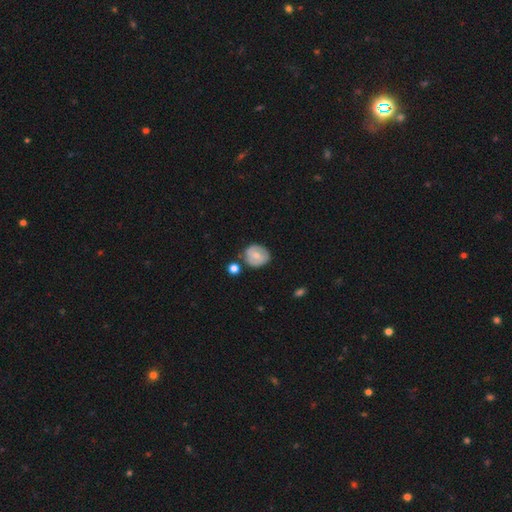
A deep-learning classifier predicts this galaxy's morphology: A smooth galaxy with no disk features (56%) that is round (79%).

Vote fractions:
- Smooth or featured? smooth: 56% / featured or disk: 37% / star or artifact: 7%
- How rounded? round: 79% / in between: 20% / cigar-shaped: 1%
- Merging? none: 70% / minor disturbance: 18% / merger: 9% / major disturbance: 4%